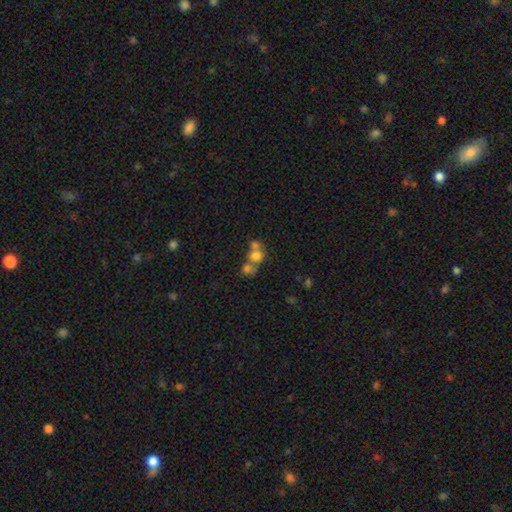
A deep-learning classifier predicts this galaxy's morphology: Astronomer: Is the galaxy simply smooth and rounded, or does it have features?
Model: smooth — 70%.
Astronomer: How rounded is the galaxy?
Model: round — 75%.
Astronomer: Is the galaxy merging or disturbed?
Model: merger — 58%.